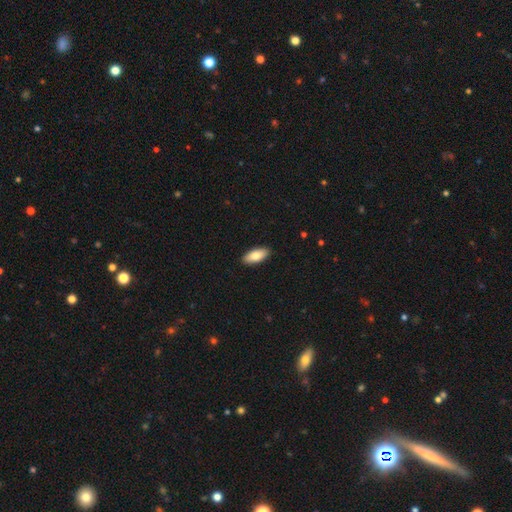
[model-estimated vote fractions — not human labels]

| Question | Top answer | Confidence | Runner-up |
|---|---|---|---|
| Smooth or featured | smooth | 82% | featured or disk (12%) |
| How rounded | in between | 86% | cigar-shaped (12%) |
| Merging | none | 91% | minor disturbance (7%) |